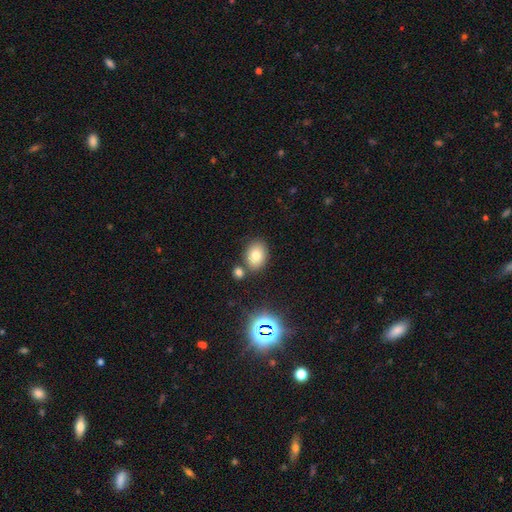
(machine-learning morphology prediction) A smooth galaxy with no disk features (78%) that is in between round and cigar-shaped (70%).

Vote fractions:
- Smooth or featured? smooth: 78% / star or artifact: 12% / featured or disk: 10%
- How rounded? in between: 70% / round: 29% / cigar-shaped: 1%
- Merging? none: 75% / merger: 11% / minor disturbance: 11% / major disturbance: 3%